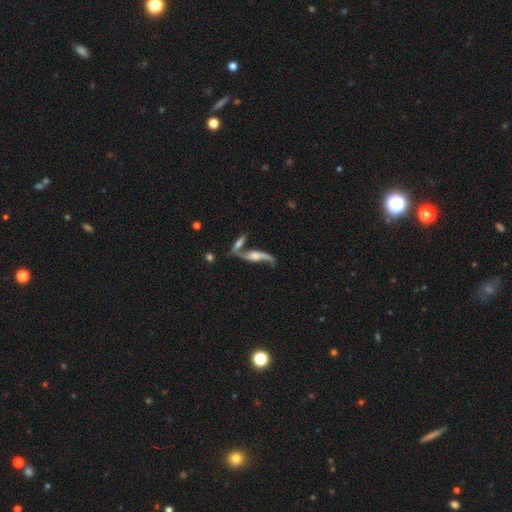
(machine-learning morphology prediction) Smooth or featured?
  - featured or disk: 78% *
  - smooth: 15%
  - star or artifact: 7%
Edge-on disk?
  - no: 68% *
  - yes: 32%
Bar?
  - no: 60% *
  - weak: 30%
  - strong: 10%
Spiral arms?
  - yes: 91% *
  - no: 9%
Bulge size?
  - moderate: 32% *
  - small: 24%
  - none: 22%
  - large: 18%
  - dominant: 4%
Merging?
  - none: 45% *
  - merger: 30%
  - minor disturbance: 15%
  - major disturbance: 9%